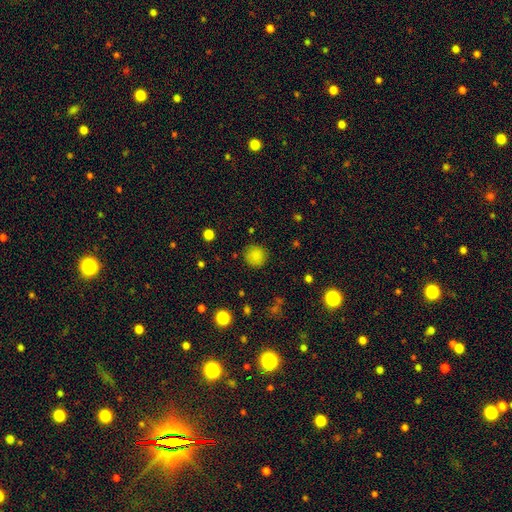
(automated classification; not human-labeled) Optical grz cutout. It shows a smooth galaxy with no disk features (85%) that is round (93%). Merging: none (88%).